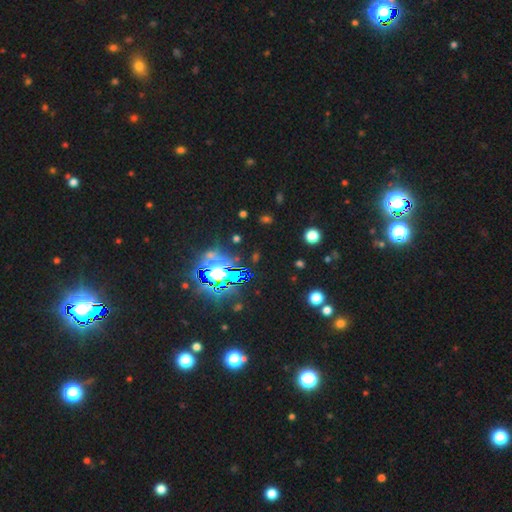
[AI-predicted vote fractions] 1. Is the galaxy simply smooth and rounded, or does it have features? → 67% star or artifact, 23% smooth, 10% featured or disk.